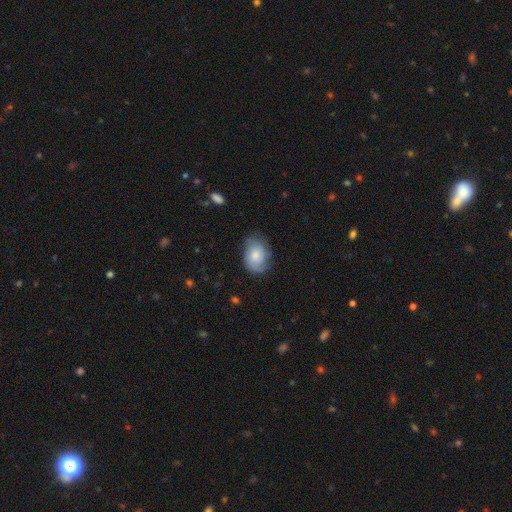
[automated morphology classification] This is likely a smooth galaxy (68%). How rounded: likely in between (77%). Merging: likely none (70%).